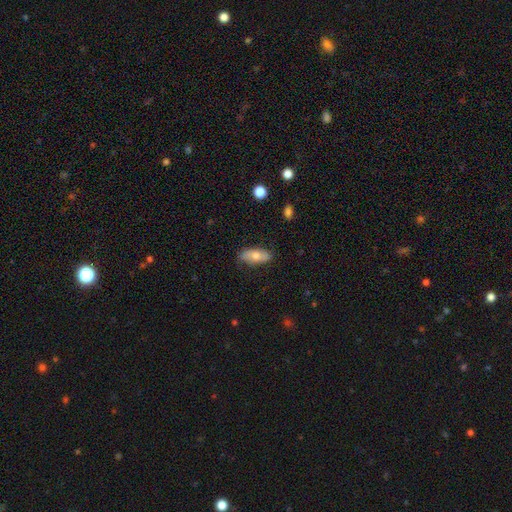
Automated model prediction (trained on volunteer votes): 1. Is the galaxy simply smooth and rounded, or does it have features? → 68% smooth, 26% featured or disk, 6% star or artifact.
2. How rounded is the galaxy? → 83% in between, 14% cigar-shaped, 3% round.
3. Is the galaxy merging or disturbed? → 80% none, 16% minor disturbance, 3% major disturbance, 1% merger.